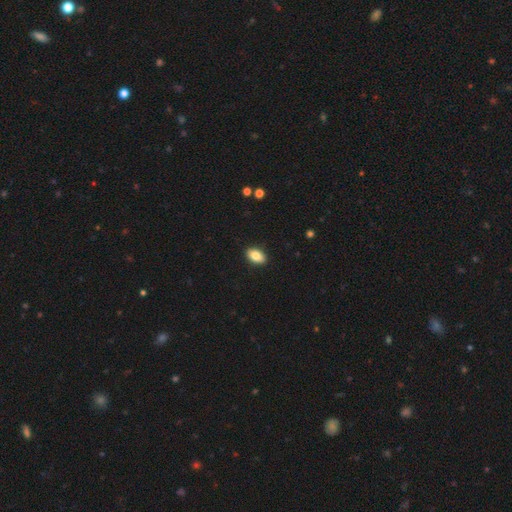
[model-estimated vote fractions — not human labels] Overall: smooth (84%). How rounded: in between (92%). Merging: none (90%).